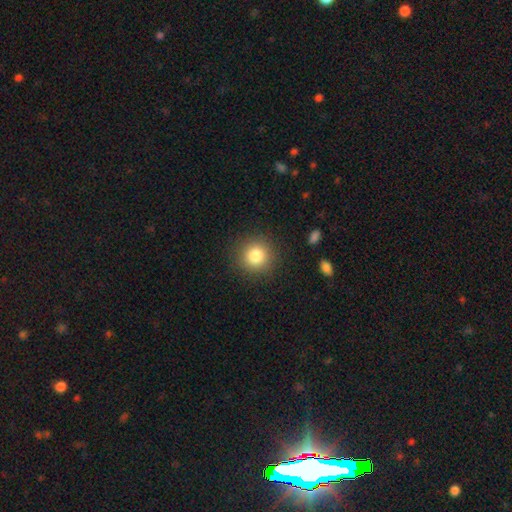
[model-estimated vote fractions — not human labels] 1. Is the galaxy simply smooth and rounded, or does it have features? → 83% smooth, 11% star or artifact, 7% featured or disk.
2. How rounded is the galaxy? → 93% round, 6% in between, 1% cigar-shaped.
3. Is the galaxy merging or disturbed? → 90% none, 7% minor disturbance, 3% major disturbance, 1% merger.